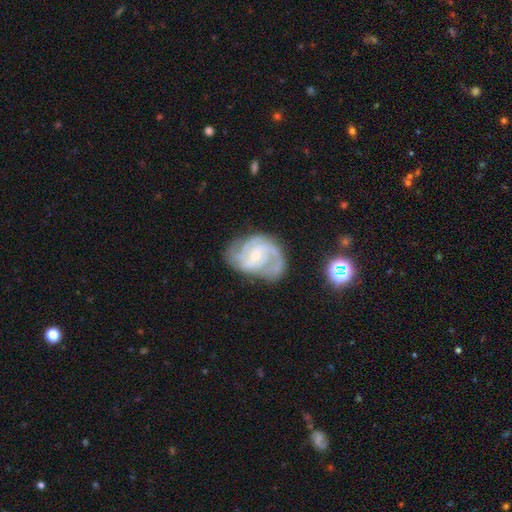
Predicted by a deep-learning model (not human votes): This appears to be a featured or disk galaxy (89%) with no bar (52%), 3 (38%) medium (48%) spiral arms (97%) and a small central bulge (68%). Merging: none (65%).